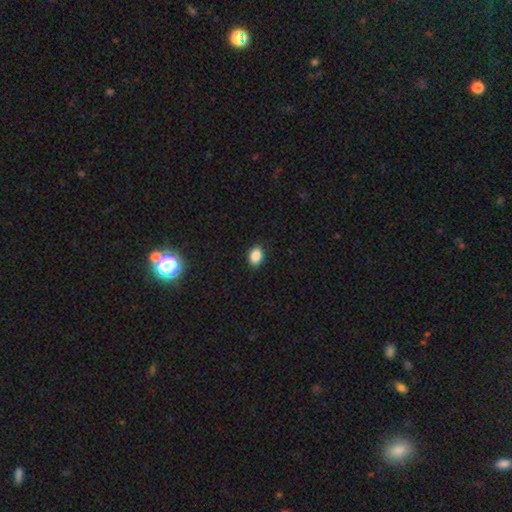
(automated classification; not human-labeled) smooth_or_featured: smooth (p=0.88) [alt: star or artifact p=0.09]
how_rounded: in between (p=0.79) [alt: round p=0.20]
merging: none (p=0.87) [alt: minor disturbance p=0.10]